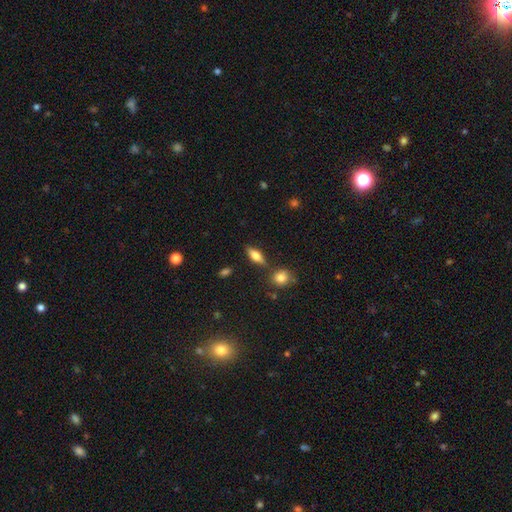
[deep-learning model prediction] Morphology: type=smooth (59%); roundness=in between (69%); merging=none (80%).